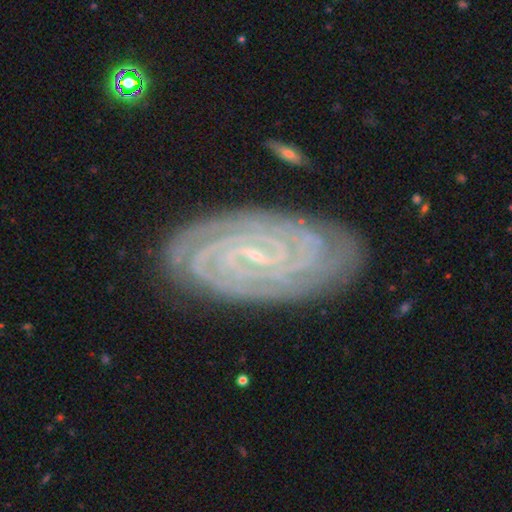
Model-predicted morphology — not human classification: This is clearly a featured or disk galaxy (89%). It is clearly not viewed edge-on (96%). Bar: possibly no (47%). Spiral arm pattern: clearly yes (99%). Spiral arm count: marginally 4 (22%). Spiral winding: clearly tight (87%). Central bulge: clearly small (88%). Merging: clearly none (84%).